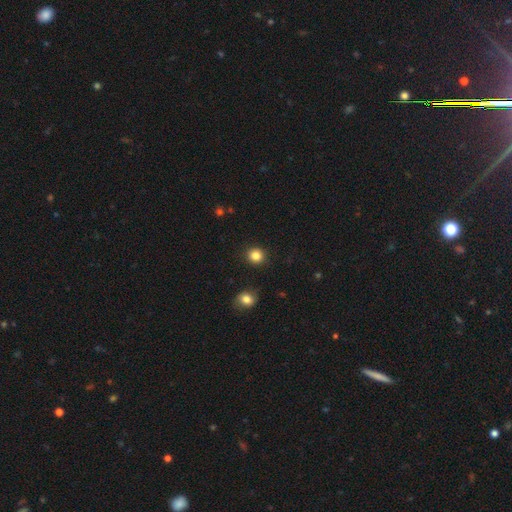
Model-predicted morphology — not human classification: smooth_or_featured: smooth (p=0.84) [alt: star or artifact p=0.11]
how_rounded: round (p=0.88) [alt: in between p=0.11]
merging: none (p=0.90) [alt: minor disturbance p=0.06]